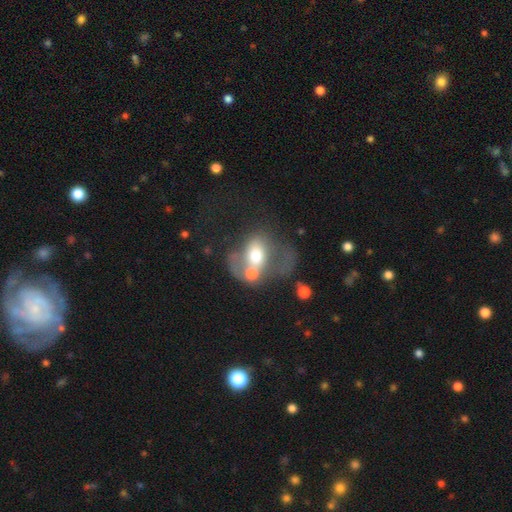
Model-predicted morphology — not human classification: This appears to be a smooth galaxy with no disk features (51%) that is in between round and cigar-shaped (67%). Merging: merger (46%).